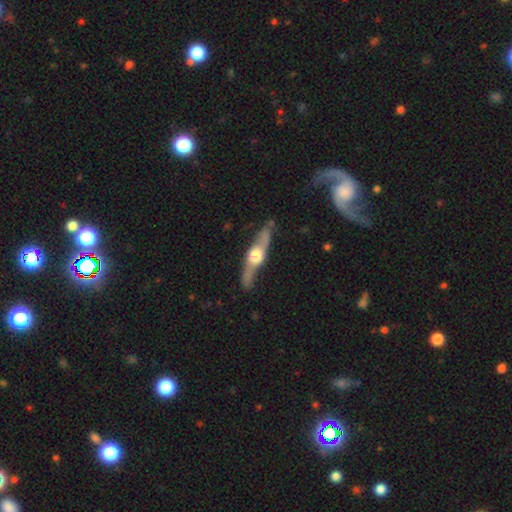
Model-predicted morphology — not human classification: Overall: featured or disk (76%). Edge-on disk: yes (89%). Edge-on bulge: rounded (93%). Merging: none (79%).